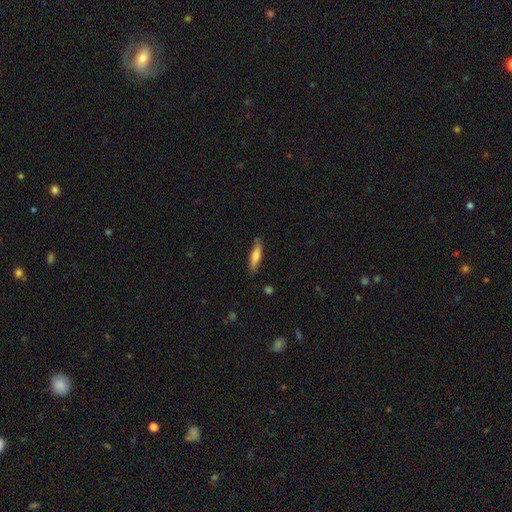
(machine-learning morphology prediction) Smooth or featured: smooth — 70% (featured or disk — 24%)
How rounded: cigar-shaped — 74% (in between — 24%)
Merging: none — 80% (minor disturbance — 15%)